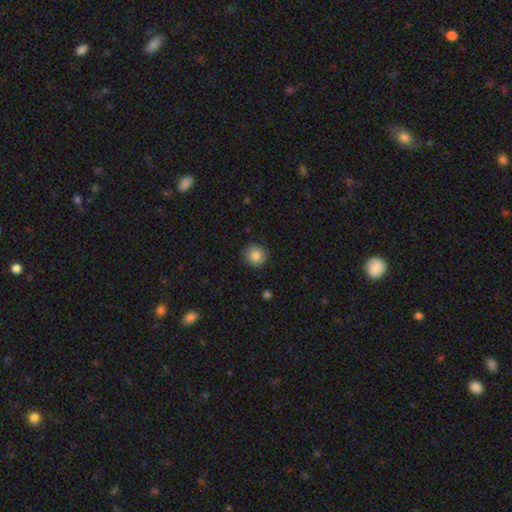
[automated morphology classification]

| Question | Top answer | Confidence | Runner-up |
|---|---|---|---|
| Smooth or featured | smooth | 85% | star or artifact (9%) |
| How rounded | round | 91% | in between (8%) |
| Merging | none | 88% | minor disturbance (9%) |